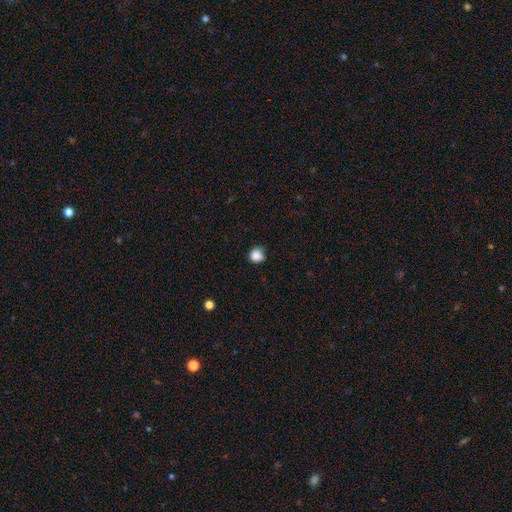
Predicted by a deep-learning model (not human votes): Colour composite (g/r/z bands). It shows a smooth galaxy with no disk features (86%) that is round (86%). Merging: none (73%).